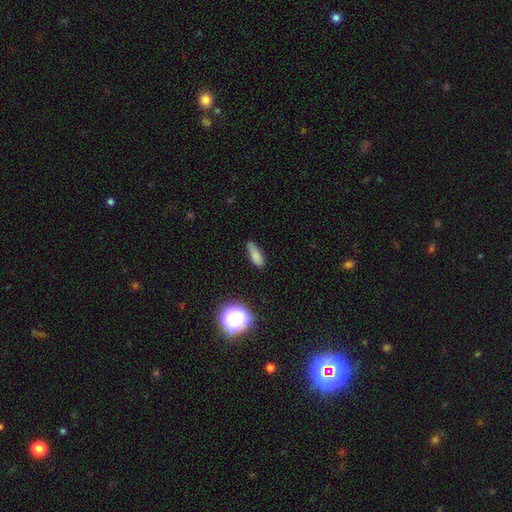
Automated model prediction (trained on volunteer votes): smooth-or-featured: smooth: 80% | star or artifact: 12% | featured or disk: 8%
  how-rounded: in between: 65% | cigar-shaped: 30% | round: 5%
  merging: none: 73% | minor disturbance: 21% | major disturbance: 4% | merger: 2%